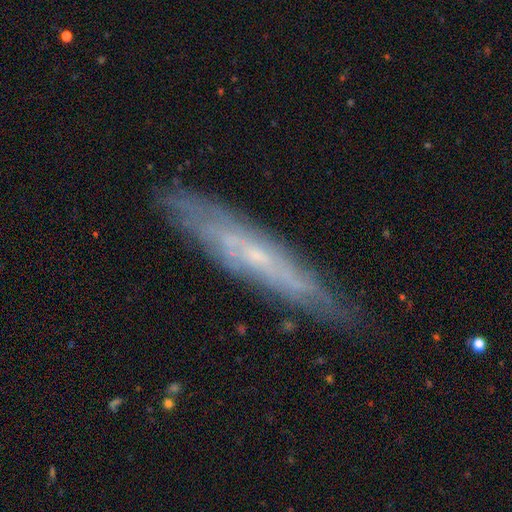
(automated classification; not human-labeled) A featured or disk galaxy (70%) viewed edge-on (60%). Merging: none (81%).